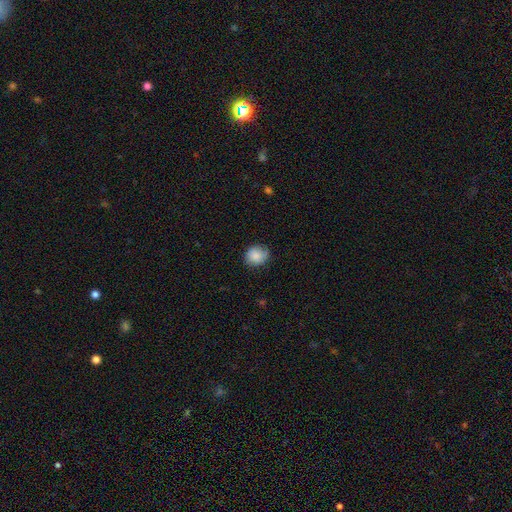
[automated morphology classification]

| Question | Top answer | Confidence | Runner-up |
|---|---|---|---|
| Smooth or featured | smooth | 85% | star or artifact (8%) |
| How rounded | round | 79% | in between (21%) |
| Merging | none | 79% | minor disturbance (17%) |